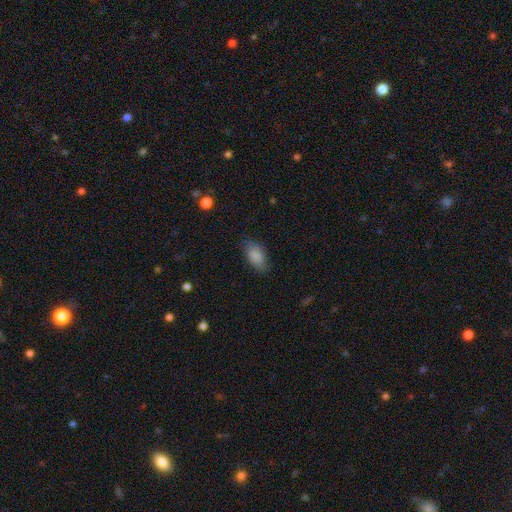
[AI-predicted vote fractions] Smooth or featured?
  - smooth: 86% *
  - featured or disk: 7%
  - star or artifact: 7%
How rounded?
  - in between: 92% *
  - cigar-shaped: 4%
  - round: 4%
Merging?
  - none: 77% *
  - minor disturbance: 17%
  - major disturbance: 4%
  - merger: 1%